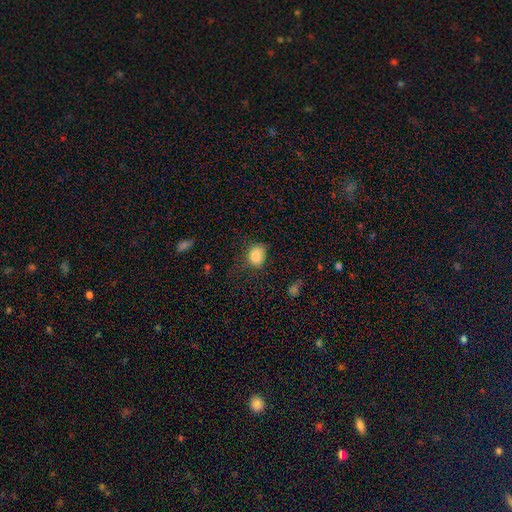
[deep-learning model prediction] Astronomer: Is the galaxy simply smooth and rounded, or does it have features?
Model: smooth — 85%.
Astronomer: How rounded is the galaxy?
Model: round — 55% (runner-up: in between, 44%).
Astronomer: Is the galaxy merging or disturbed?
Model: none — 63%.